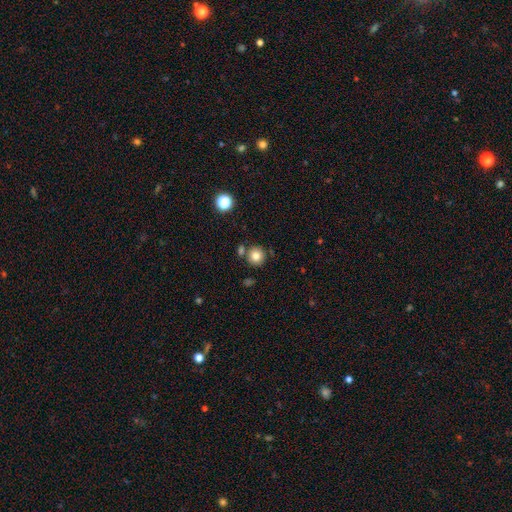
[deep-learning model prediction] smooth_or_featured: smooth (p=0.80) [alt: star or artifact p=0.11]
how_rounded: round (p=0.93) [alt: in between p=0.06]
merging: none (p=0.77) [alt: merger p=0.11]